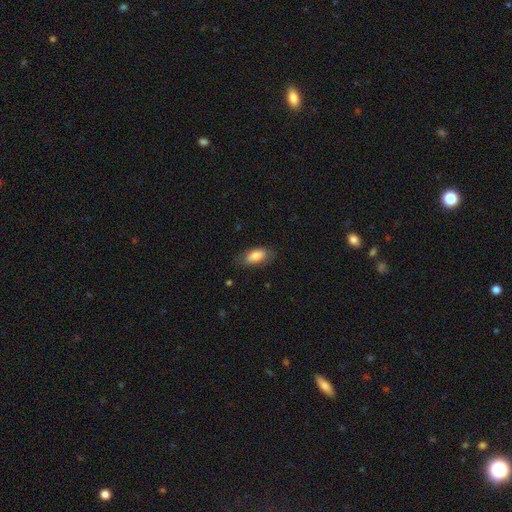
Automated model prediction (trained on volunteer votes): Smooth or featured? smooth (82%)
How rounded? in between (88%)
Merging? none (77%)